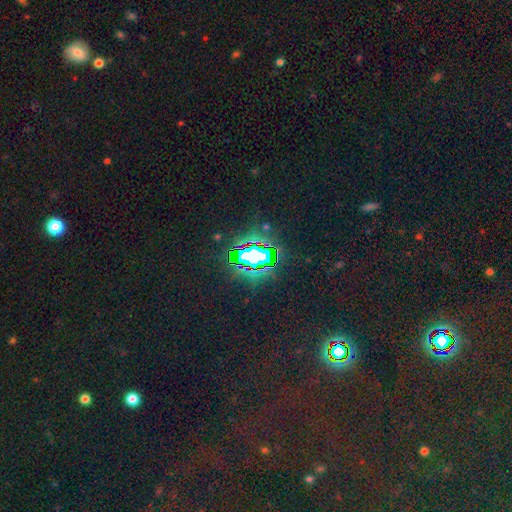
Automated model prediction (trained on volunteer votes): smooth-or-featured: star or artifact: 75% | smooth: 14% | featured or disk: 11%